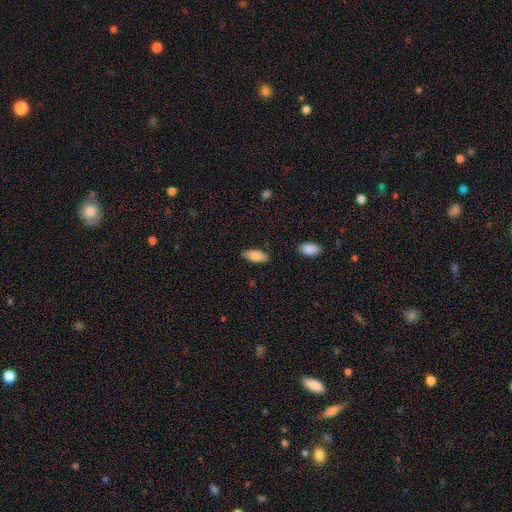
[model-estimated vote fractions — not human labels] smooth_or_featured: smooth (p=0.83) [alt: featured or disk p=0.10]
how_rounded: in between (p=0.88) [alt: cigar-shaped p=0.10]
merging: none (p=0.84) [alt: minor disturbance p=0.12]